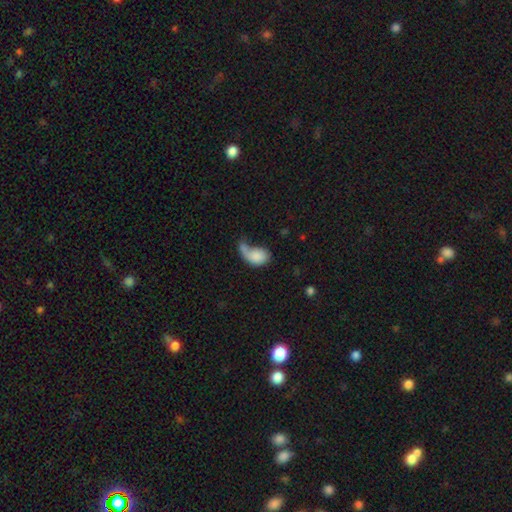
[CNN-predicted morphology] A smooth galaxy with no disk features (71%) that is in between round and cigar-shaped (80%). Merging: major disturbance (36%).